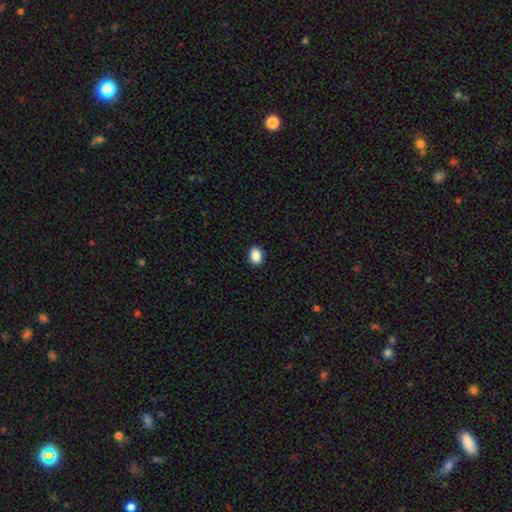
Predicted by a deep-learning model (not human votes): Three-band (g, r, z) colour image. It shows a smooth galaxy with no disk features (89%) that is in between round and cigar-shaped (68%). Merging: none (91%).